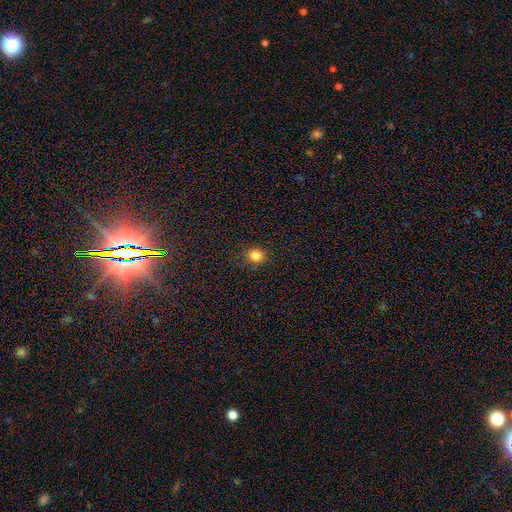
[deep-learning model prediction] smooth_or_featured: smooth (p=0.83) [alt: star or artifact p=0.13]
how_rounded: round (p=0.85) [alt: in between p=0.14]
merging: none (p=0.85) [alt: minor disturbance p=0.10]